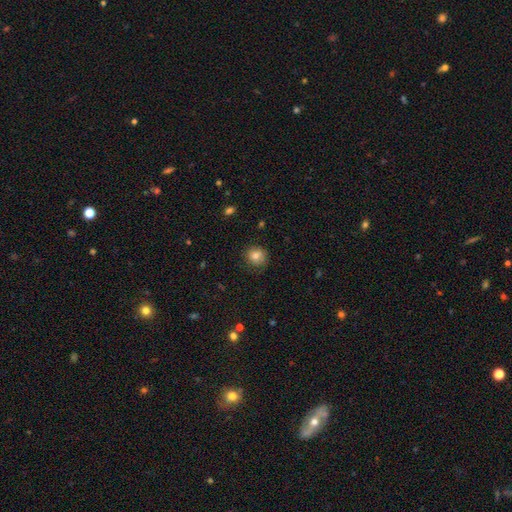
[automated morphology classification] type=smooth (78%); roundness=round (87%); merging=none (82%).